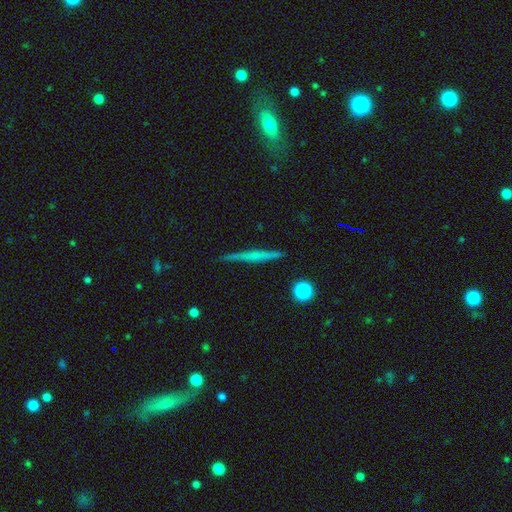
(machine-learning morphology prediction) The model was most divided on "smooth or featured": featured or disk: 55%, smooth: 37%, star or artifact: 8%. More confident: edge-on disk — yes (97%); merging — none (89%); edge-on bulge — none (71%).